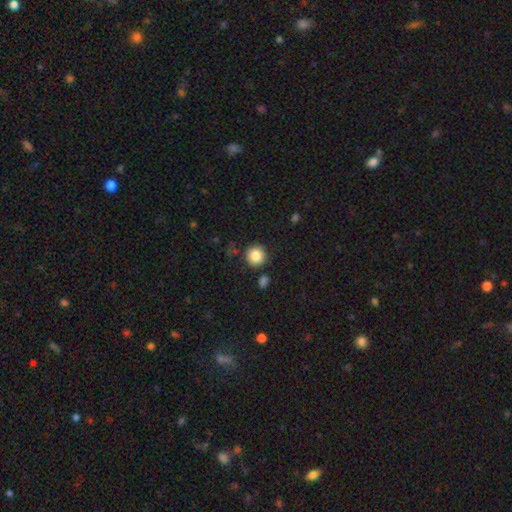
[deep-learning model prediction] A smooth galaxy with no disk features (86%) that is round (93%). Merging: none (86%).